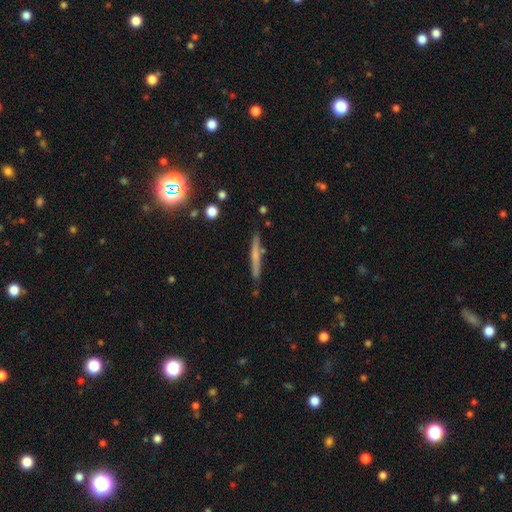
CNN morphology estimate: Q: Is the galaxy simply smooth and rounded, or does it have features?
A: smooth — 53%.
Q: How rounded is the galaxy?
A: cigar-shaped — 95%.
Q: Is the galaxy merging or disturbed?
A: none — 85%.